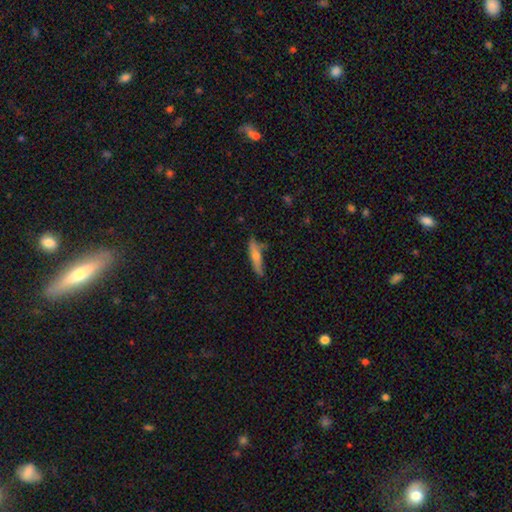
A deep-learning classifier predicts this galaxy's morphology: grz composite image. It shows a smooth galaxy with no disk features (56%) that is cigar-shaped (79%). Merging: none (70%).